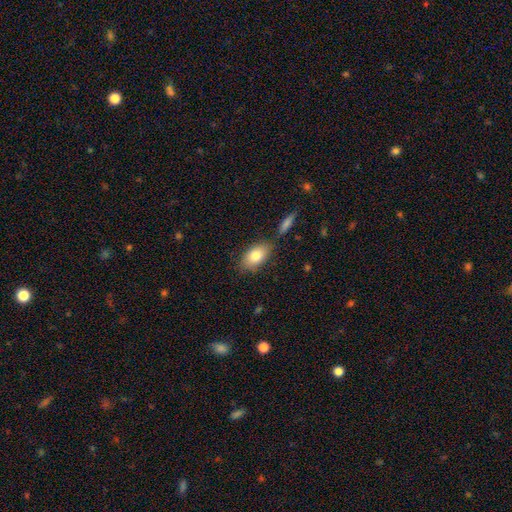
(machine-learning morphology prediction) Smooth or featured: smooth — 80% (featured or disk — 13%)
How rounded: in between — 90% (round — 7%)
Merging: none — 72% (minor disturbance — 15%)